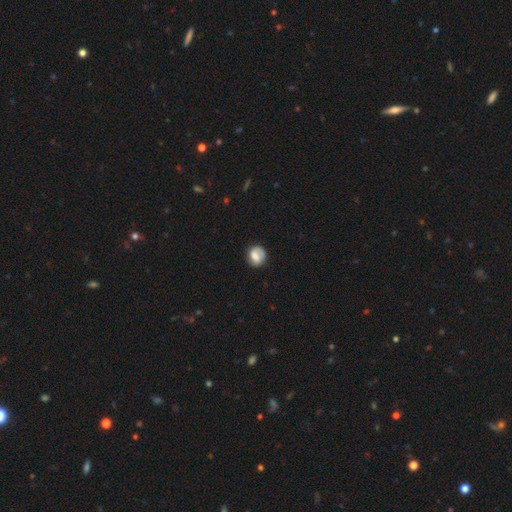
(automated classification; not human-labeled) Overall: smooth (65%; featured or disk 27%). How rounded: round (77%). Merging: none (69%).